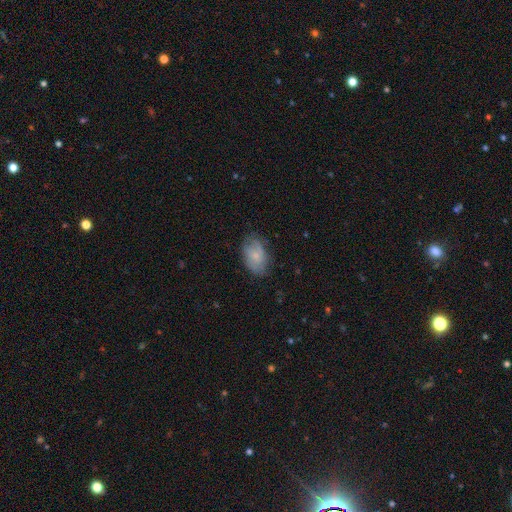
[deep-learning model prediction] Smooth or featured: smooth — 62% (featured or disk — 31%)
How rounded: in between — 89% (round — 10%)
Merging: none — 67% (minor disturbance — 24%)